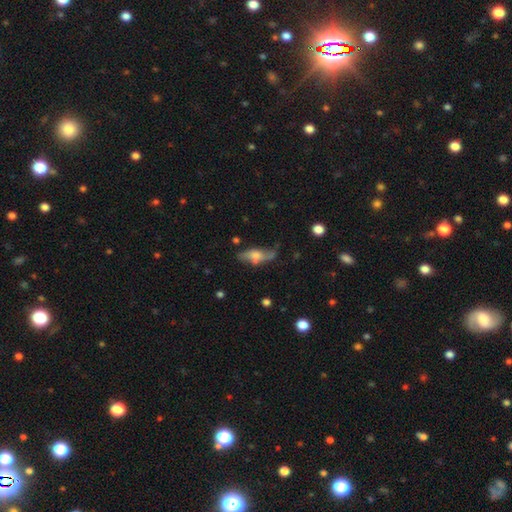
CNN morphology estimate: type=featured or disk (50%); merging=none (57%).